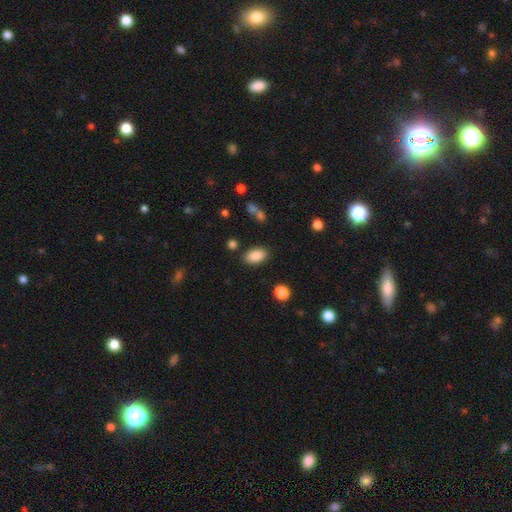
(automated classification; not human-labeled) A smooth galaxy with no disk features (87%) that is in between round and cigar-shaped (92%). Merging: none (84%).